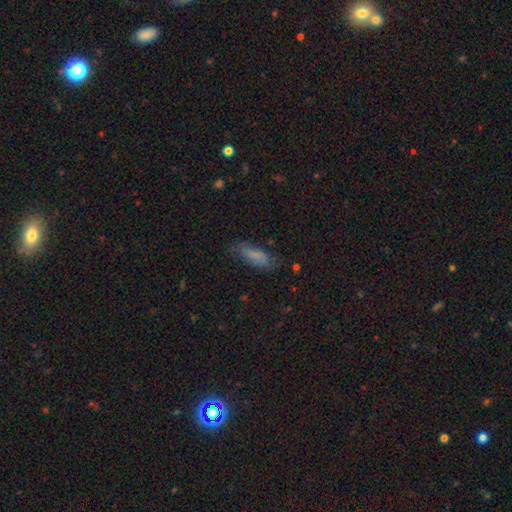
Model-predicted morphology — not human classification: Smooth or featured? smooth (67%)
How rounded? in between (59%)
Merging? none (65%)